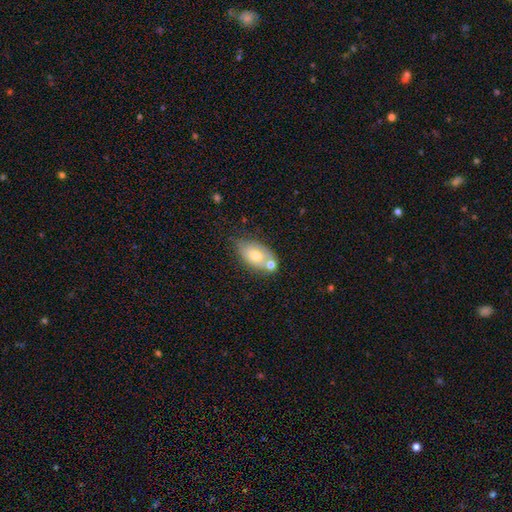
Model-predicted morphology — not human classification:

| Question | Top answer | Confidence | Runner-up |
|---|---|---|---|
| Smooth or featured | smooth | 62% | featured or disk (30%) |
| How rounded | in between | 88% | round (9%) |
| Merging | none | 51% | merger (25%) |